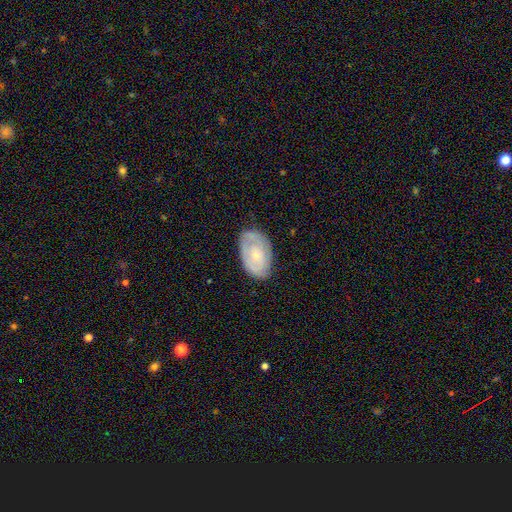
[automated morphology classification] This appears to be a featured or disk galaxy (50%). Merging: none (71%).